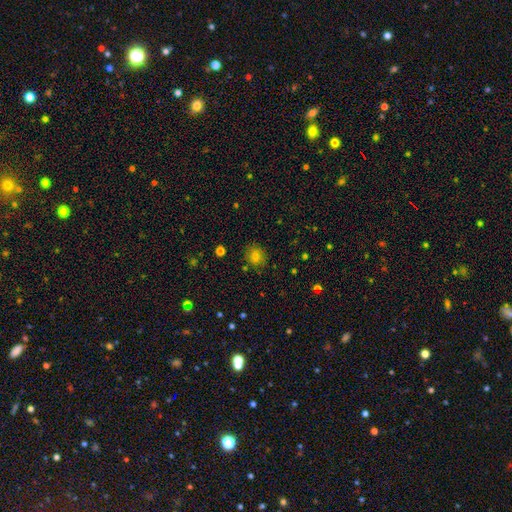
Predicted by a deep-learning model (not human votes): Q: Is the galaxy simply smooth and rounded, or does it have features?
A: smooth — 77%.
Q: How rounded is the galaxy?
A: round — 77%.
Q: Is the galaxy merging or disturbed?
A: none — 85%.